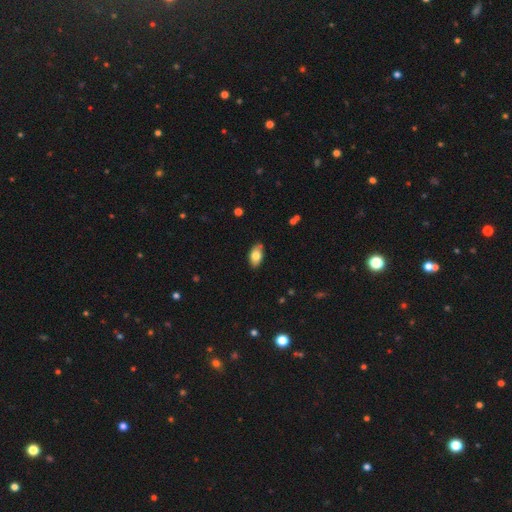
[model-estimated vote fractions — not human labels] A smooth galaxy with no disk features (78%) that is in between round and cigar-shaped (93%). Merging: none (83%).